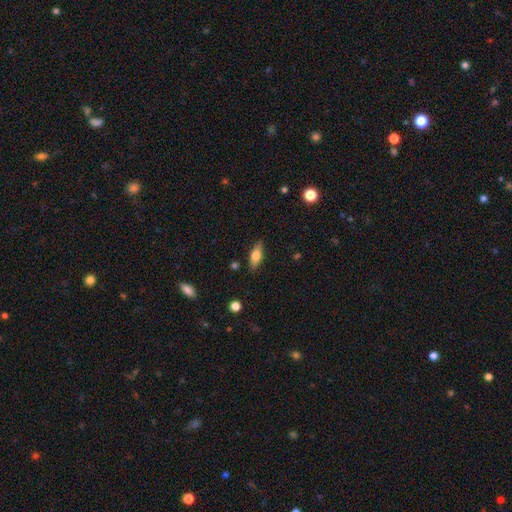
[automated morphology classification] Smooth or featured: smooth — 61% (featured or disk — 32%)
How rounded: in between — 62% (cigar-shaped — 35%)
Merging: none — 85% (minor disturbance — 11%)